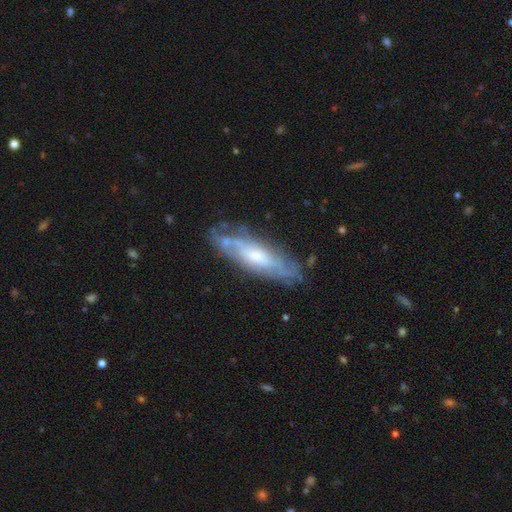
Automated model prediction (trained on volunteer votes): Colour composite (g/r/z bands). It shows a featured or disk galaxy (69%). Merging: none (71%).